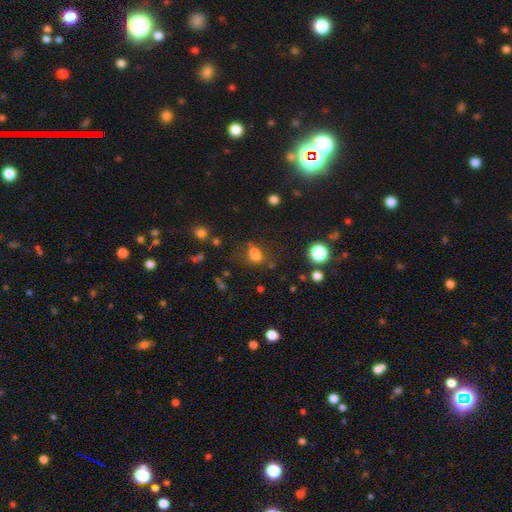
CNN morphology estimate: Q: Smooth or featured?
A: smooth (62%); runner-up: star or artifact (25%)
Q: How rounded?
A: round (61%); runner-up: in between (38%)
Q: Merging?
A: merger (46%); runner-up: none (38%)